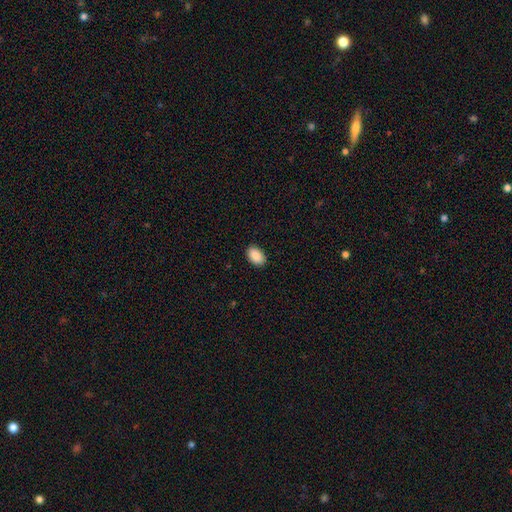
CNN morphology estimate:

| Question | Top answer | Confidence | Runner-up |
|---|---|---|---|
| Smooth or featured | smooth | 91% | star or artifact (7%) |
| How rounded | in between | 91% | round (8%) |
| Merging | none | 90% | minor disturbance (8%) |